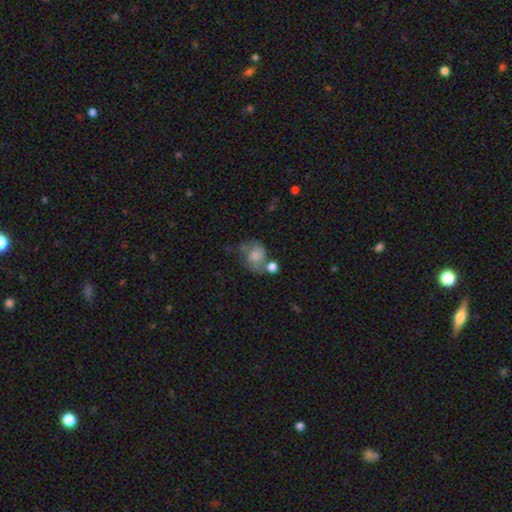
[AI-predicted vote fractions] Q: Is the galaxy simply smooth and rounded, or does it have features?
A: smooth — 59%.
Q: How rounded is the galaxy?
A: round — 58%.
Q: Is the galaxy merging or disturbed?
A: none — 31%.